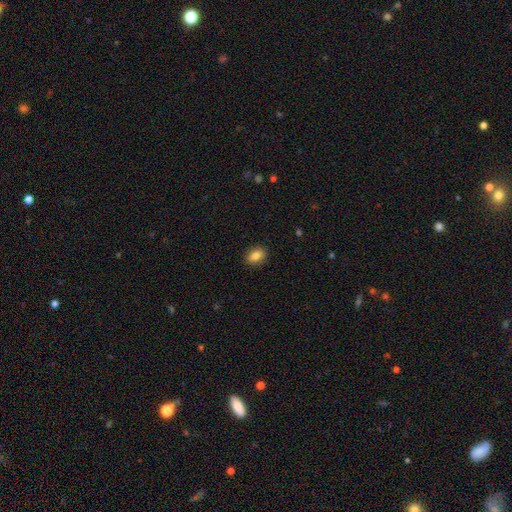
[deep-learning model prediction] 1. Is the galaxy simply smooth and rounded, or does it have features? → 85% smooth, 9% star or artifact, 6% featured or disk.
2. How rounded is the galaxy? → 77% in between, 22% round, 1% cigar-shaped.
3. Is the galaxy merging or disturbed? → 90% none, 7% minor disturbance, 2% major disturbance, 1% merger.